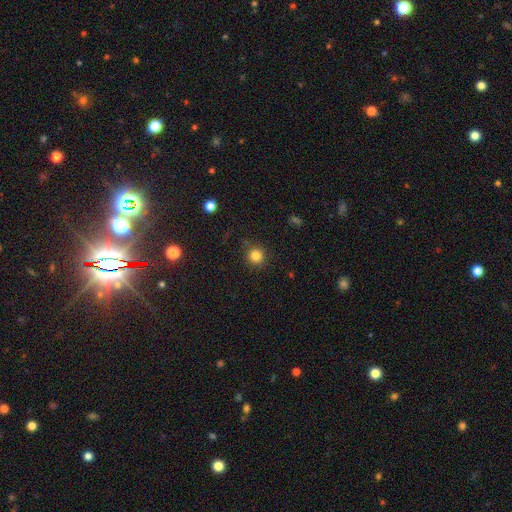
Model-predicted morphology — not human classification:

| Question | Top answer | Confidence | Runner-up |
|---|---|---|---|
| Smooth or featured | smooth | 82% | star or artifact (12%) |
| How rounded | round | 91% | in between (8%) |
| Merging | none | 86% | minor disturbance (9%) |